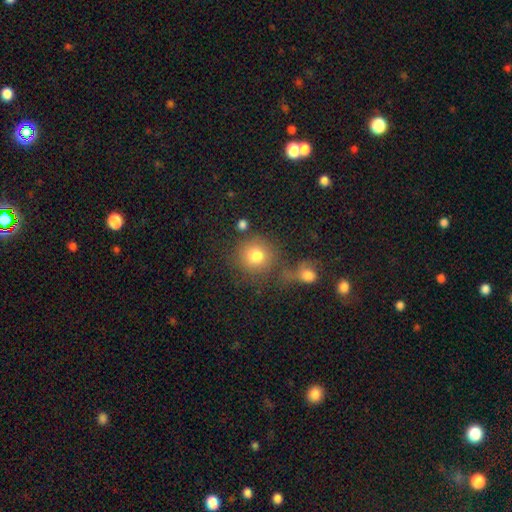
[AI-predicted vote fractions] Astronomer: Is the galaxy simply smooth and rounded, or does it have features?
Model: smooth — 80%.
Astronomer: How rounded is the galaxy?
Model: round — 91%.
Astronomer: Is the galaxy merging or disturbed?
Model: none — 64%.